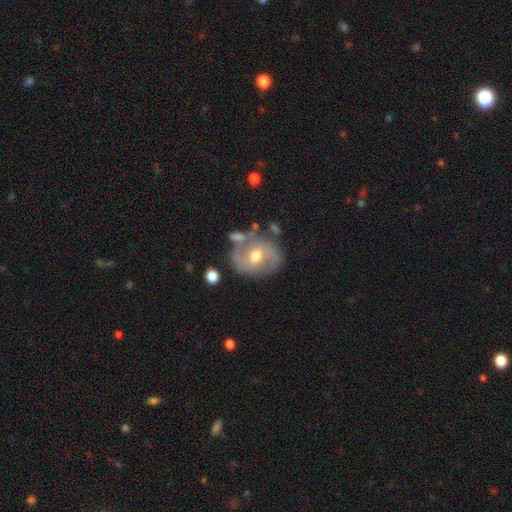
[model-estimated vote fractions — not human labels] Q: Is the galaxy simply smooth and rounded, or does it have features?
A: featured or disk — 64%.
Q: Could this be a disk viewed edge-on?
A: no — 96%.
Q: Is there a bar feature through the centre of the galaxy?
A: no — 50%.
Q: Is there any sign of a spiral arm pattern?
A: yes — 65%.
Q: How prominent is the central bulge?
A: moderate — 77%.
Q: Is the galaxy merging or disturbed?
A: none — 68%.